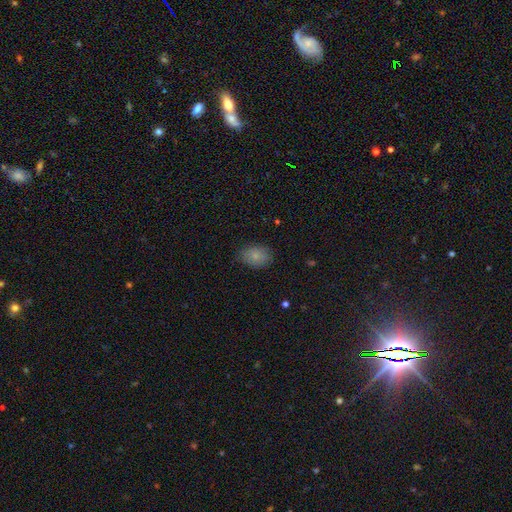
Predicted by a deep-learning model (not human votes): The model was most divided on "how rounded": in between: 75%, round: 24%, cigar-shaped: 1%. More confident: smooth or featured — smooth (82%); merging — none (78%).